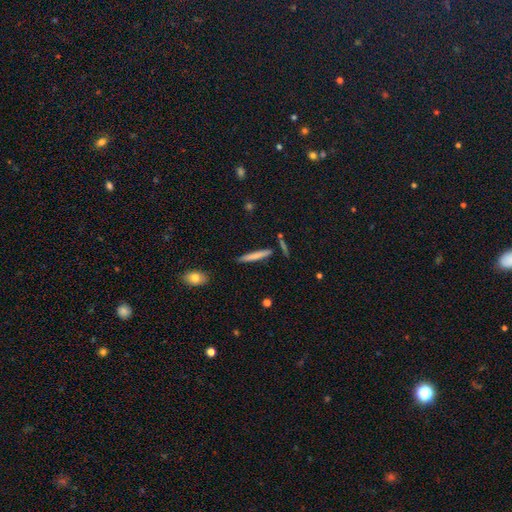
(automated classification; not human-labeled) Q: Smooth or featured?
A: smooth (73%); runner-up: featured or disk (21%)
Q: How rounded?
A: cigar-shaped (95%); runner-up: in between (4%)
Q: Merging?
A: none (85%); runner-up: minor disturbance (9%)